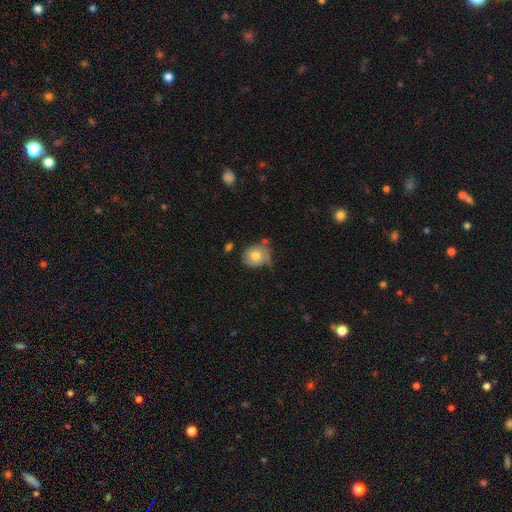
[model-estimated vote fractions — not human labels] smooth-or-featured: smooth: 75% | featured or disk: 17% | star or artifact: 8%
  how-rounded: round: 64% | in between: 35% | cigar-shaped: 1%
  merging: none: 51% | minor disturbance: 33% | major disturbance: 9% | merger: 7%